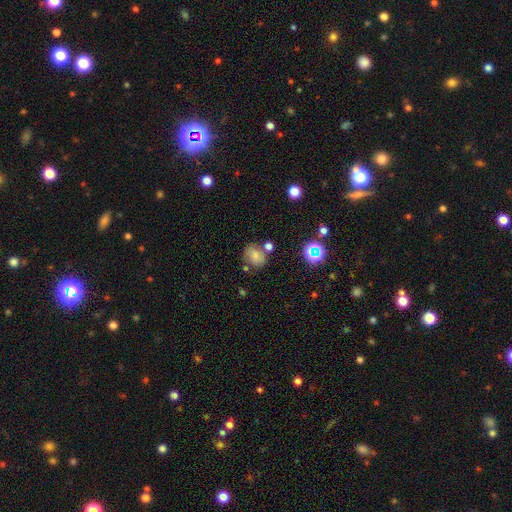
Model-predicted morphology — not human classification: smooth_or_featured: smooth (p=0.69) [alt: star or artifact p=0.16]
how_rounded: round (p=0.58) [alt: in between p=0.41]
merging: none (p=0.62) [alt: minor disturbance p=0.18]